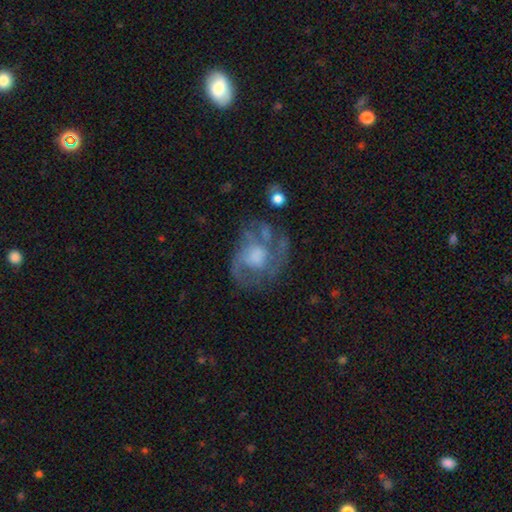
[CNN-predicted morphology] smooth-or-featured: featured or disk: 71% | smooth: 20% | star or artifact: 9%
  disk-edge-on: no: 97% | yes: 3%
    bar: no: 76% | weak: 20% | strong: 4%
    has-spiral-arms: yes: 68% | no: 32%
    bulge-size: moderate: 38% | large: 30% | none: 16% | small: 13% | dominant: 3%
  merging: none: 49% | major disturbance: 25% | minor disturbance: 21% | merger: 5%